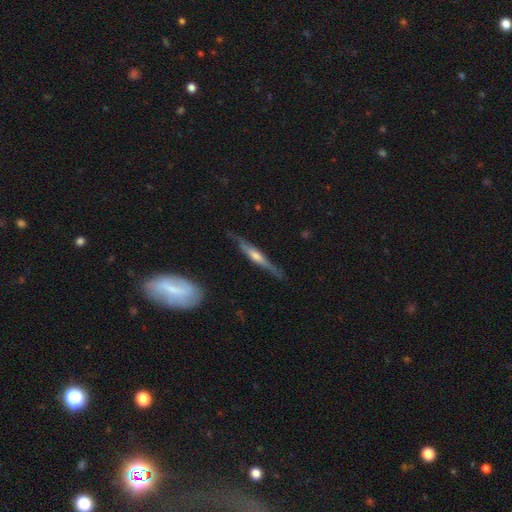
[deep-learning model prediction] Smooth or featured: featured or disk — 74% (smooth — 21%)
Edge-on disk: yes — 95% (no — 5%)
Edge-on bulge: rounded — 75% (boxy — 13%)
Merging: none — 79% (minor disturbance — 16%)